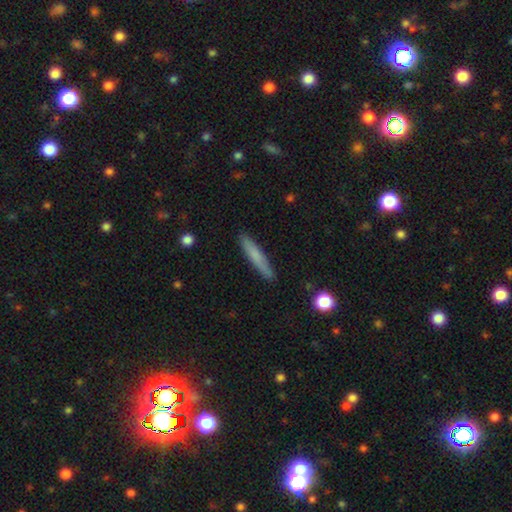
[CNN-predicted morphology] type=smooth (70%); roundness=cigar-shaped (94%); merging=none (88%).